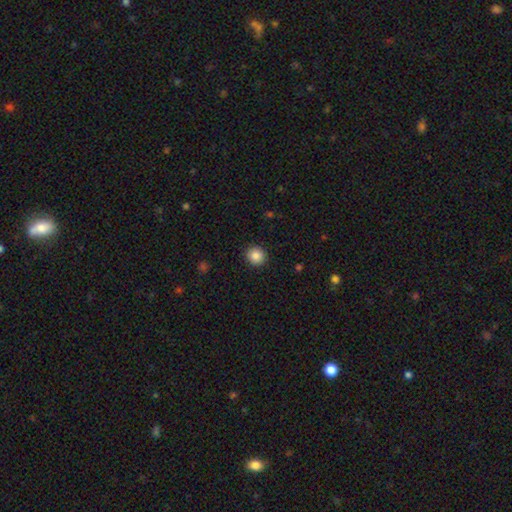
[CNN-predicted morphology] smooth 87%, star or artifact 9%, featured or disk 4%. Down the decision tree: how rounded — round (92%); merging — none (92%).